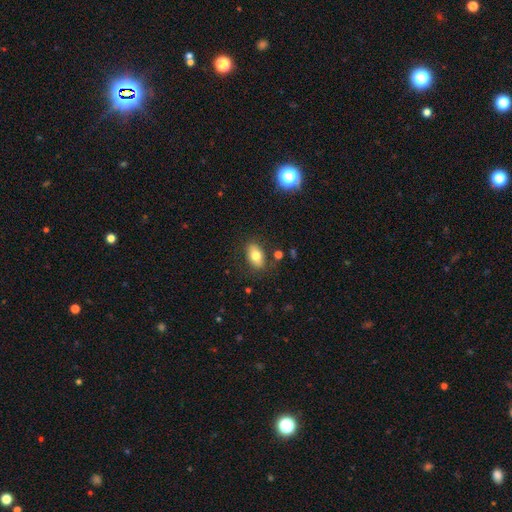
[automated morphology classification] type=smooth (76%); roundness=in between (89%); merging=none (81%).